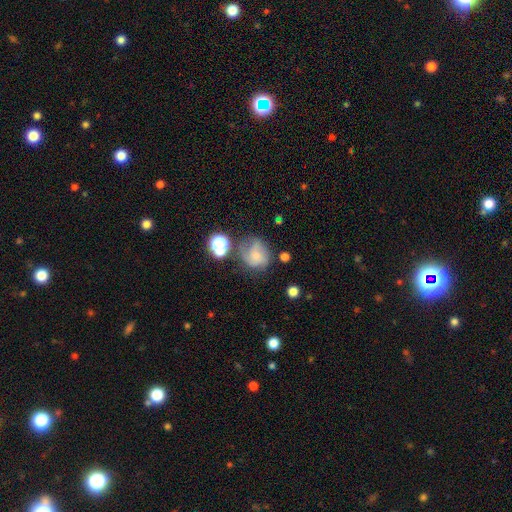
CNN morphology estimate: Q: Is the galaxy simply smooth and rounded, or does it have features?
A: smooth — 44%.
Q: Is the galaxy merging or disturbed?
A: none — 47%.